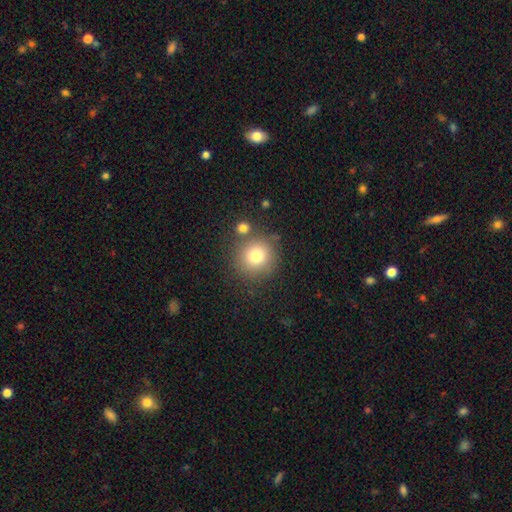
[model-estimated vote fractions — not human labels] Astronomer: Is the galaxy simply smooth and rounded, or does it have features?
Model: smooth — 78%.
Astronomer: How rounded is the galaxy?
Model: round — 91%.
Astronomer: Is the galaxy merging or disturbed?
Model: none — 76%.